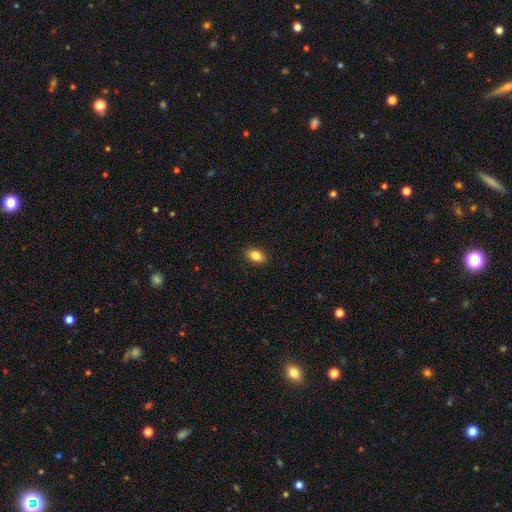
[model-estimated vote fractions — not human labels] Smooth or featured? smooth (86%)
How rounded? in between (87%)
Merging? none (90%)